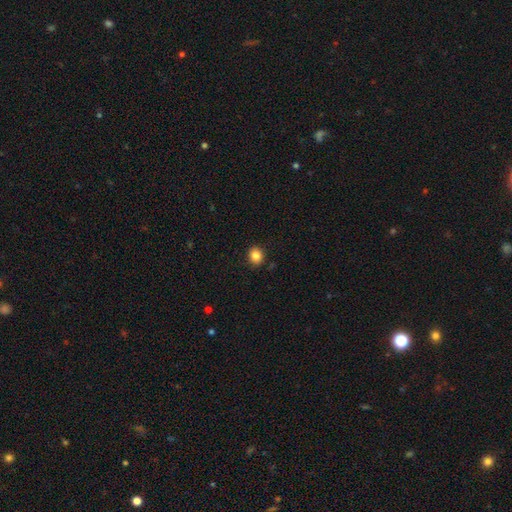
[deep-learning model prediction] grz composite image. It shows a smooth galaxy with no disk features (85%) that is round (69%). Merging: none (89%).